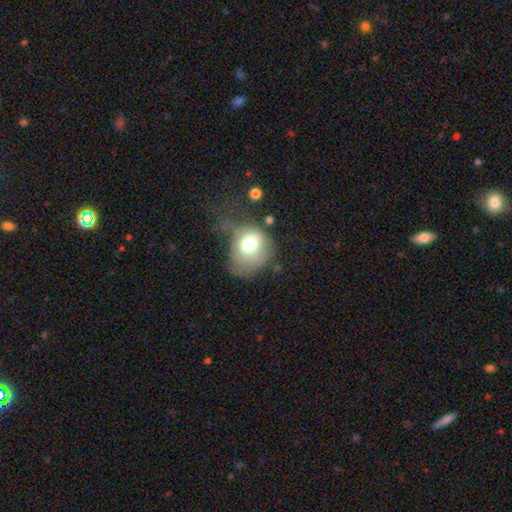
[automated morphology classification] Smooth or featured?
  - smooth: 68% *
  - featured or disk: 21%
  - star or artifact: 11%
How rounded?
  - round: 62% *
  - in between: 37%
  - cigar-shaped: 1%
Merging?
  - major disturbance: 40% *
  - minor disturbance: 30%
  - none: 26%
  - merger: 5%